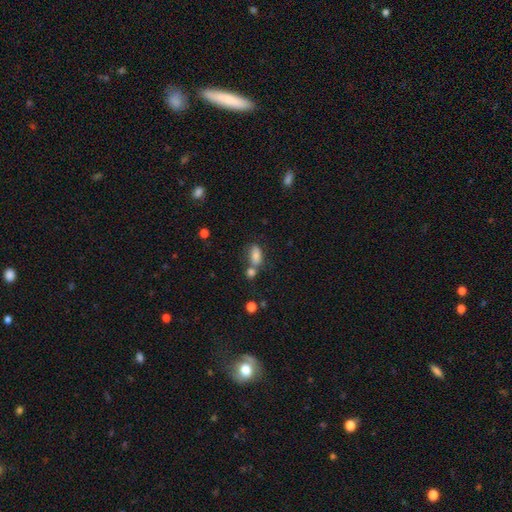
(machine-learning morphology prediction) The model was most divided on "merging": none: 48%, merger: 33%, minor disturbance: 14%, major disturbance: 5%. More confident: how rounded — in between (89%); smooth or featured — smooth (82%).